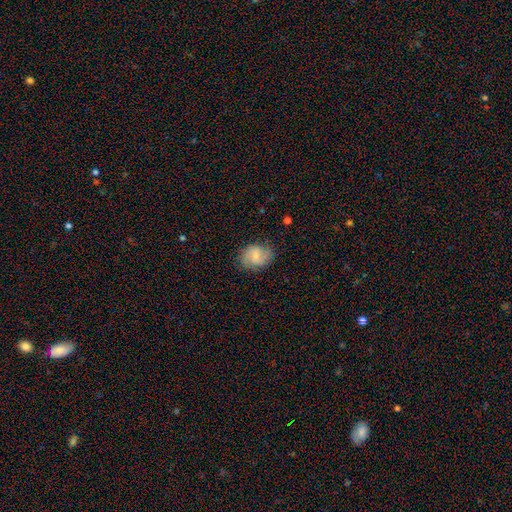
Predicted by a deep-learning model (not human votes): smooth_or_featured: featured or disk (p=0.54) [alt: smooth p=0.38]
disk_edge_on: no (p=0.97) [alt: yes p=0.03]
bar: weak (p=0.51) [alt: no p=0.40]
has_spiral_arms: yes (p=0.89) [alt: no p=0.11]
bulge_size: small (p=0.57) [alt: moderate p=0.32]
merging: none (p=0.77) [alt: minor disturbance p=0.17]